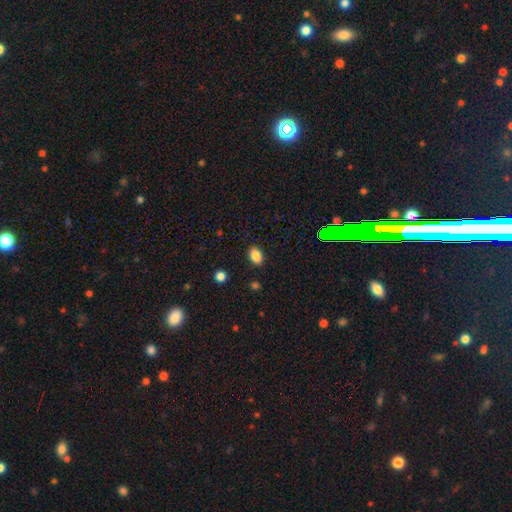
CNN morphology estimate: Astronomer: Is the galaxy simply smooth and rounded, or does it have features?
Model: smooth — 86%.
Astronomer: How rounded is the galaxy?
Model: in between — 83%.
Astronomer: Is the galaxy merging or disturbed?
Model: none — 88%.